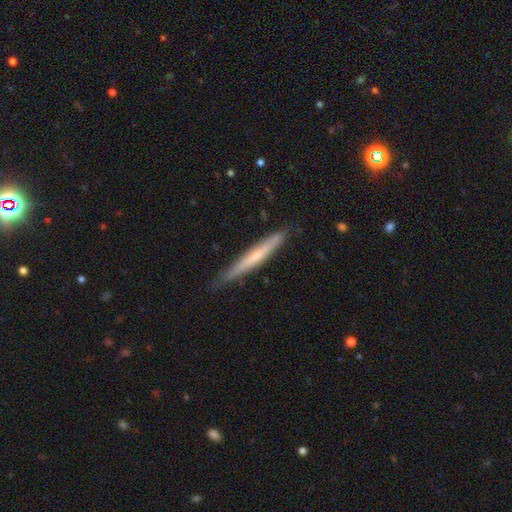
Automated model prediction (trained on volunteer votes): Smooth or featured?
  - featured or disk: 47% * (tied)
  - smooth: 47% * (tied)
  - star or artifact: 6%
Merging?
  - none: 83% *
  - minor disturbance: 14%
  - major disturbance: 2%
  - merger: 1%